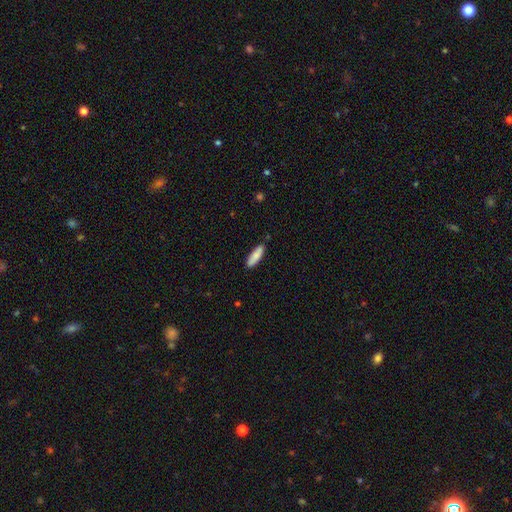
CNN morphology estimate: smooth_or_featured: smooth (p=0.84) [alt: featured or disk p=0.10]
how_rounded: cigar-shaped (p=0.58) [alt: in between p=0.40]
merging: none (p=0.86) [alt: minor disturbance p=0.10]